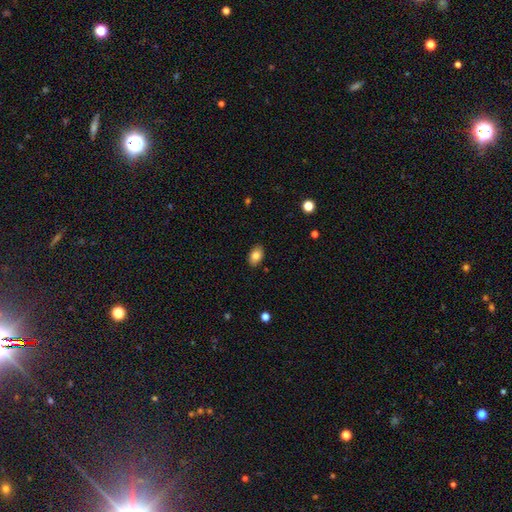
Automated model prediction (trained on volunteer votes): Morphology: type=smooth (83%); roundness=in between (90%); merging=none (88%).